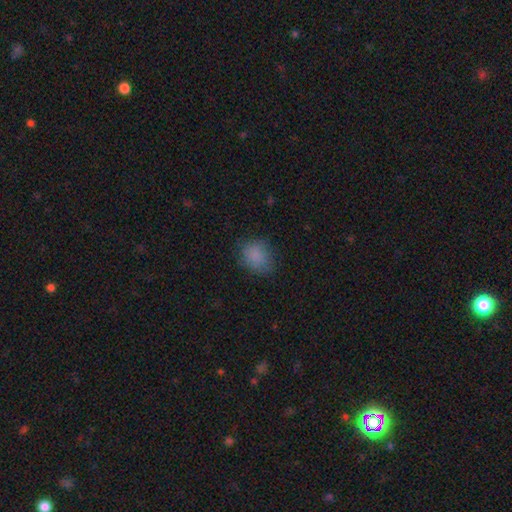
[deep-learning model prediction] Q: Smooth or featured?
A: smooth (84%); runner-up: star or artifact (10%)
Q: How rounded?
A: round (61%); runner-up: in between (38%)
Q: Merging?
A: none (75%); runner-up: minor disturbance (18%)